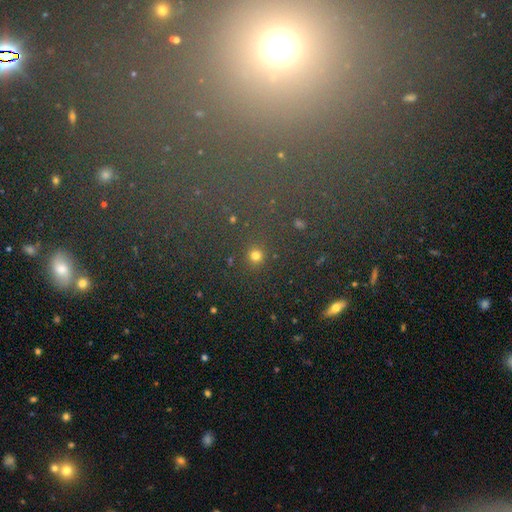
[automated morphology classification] Smooth or featured?
  - smooth: 72% *
  - star or artifact: 23%
  - featured or disk: 5%
How rounded?
  - round: 93% *
  - in between: 5%
  - cigar-shaped: 1%
Merging?
  - none: 87% *
  - minor disturbance: 6%
  - merger: 4%
  - major disturbance: 3%